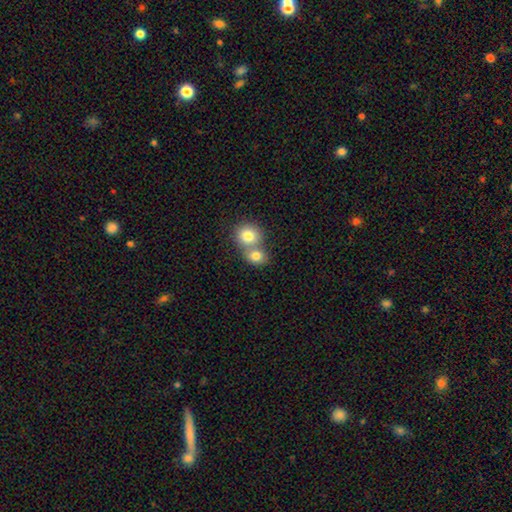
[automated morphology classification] This is likely a smooth galaxy (79%). How rounded: likely round (72%). Merging: possibly merger (59%).